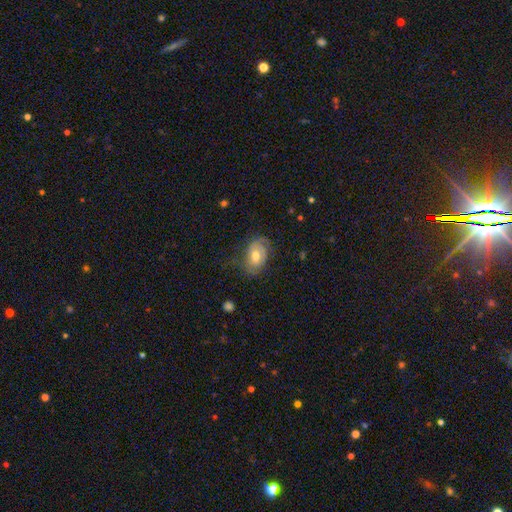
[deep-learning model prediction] Q: Smooth or featured?
A: featured or disk (49%); runner-up: smooth (44%)
Q: Merging?
A: none (63%); runner-up: minor disturbance (24%)